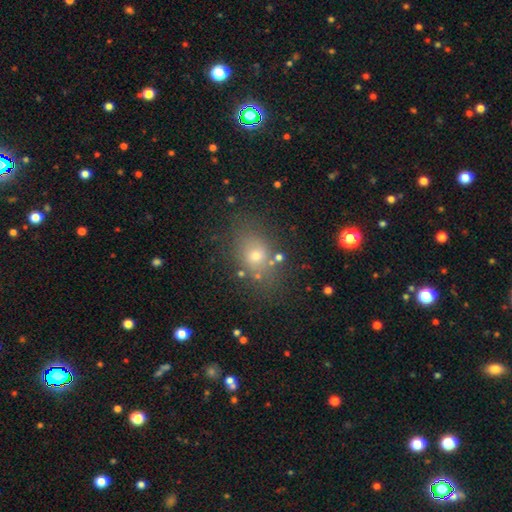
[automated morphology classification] smooth-or-featured: smooth: 66% | star or artifact: 19% | featured or disk: 15%
  how-rounded: in between: 62% | round: 36% | cigar-shaped: 2%
  merging: none: 76% | minor disturbance: 14% | major disturbance: 5% | merger: 5%